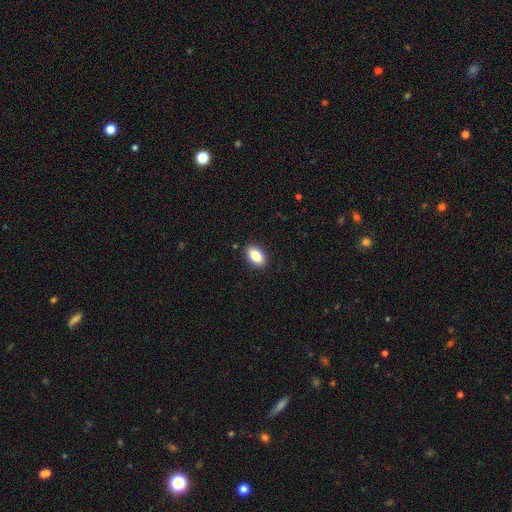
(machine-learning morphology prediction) Smooth or featured? smooth (85%)
How rounded? in between (90%)
Merging? none (89%)